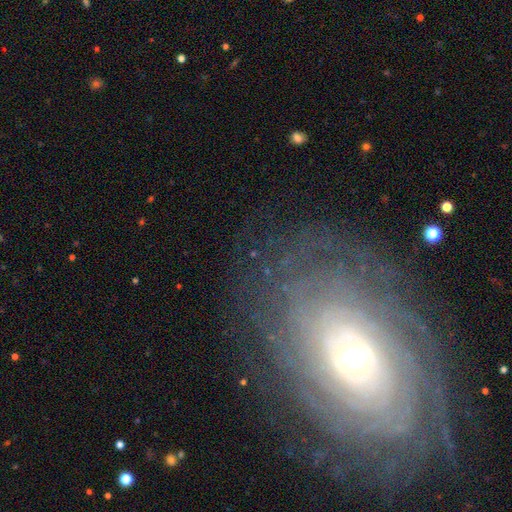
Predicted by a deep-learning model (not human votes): smooth_or_featured: featured or disk (p=0.80) [alt: star or artifact p=0.10]
disk_edge_on: no (p=0.94) [alt: yes p=0.06]
bar: no (p=0.46) [alt: weak p=0.33]
has_spiral_arms: yes (p=0.86) [alt: no p=0.14]
spiral_winding: tight (p=0.81) [alt: medium p=0.14]
spiral_arm_count: can't tell (p=0.46) [alt: more than 4 p=0.17]
bulge_size: moderate (p=0.60) [alt: small p=0.27]
merging: none (p=0.78) [alt: minor disturbance p=0.12]